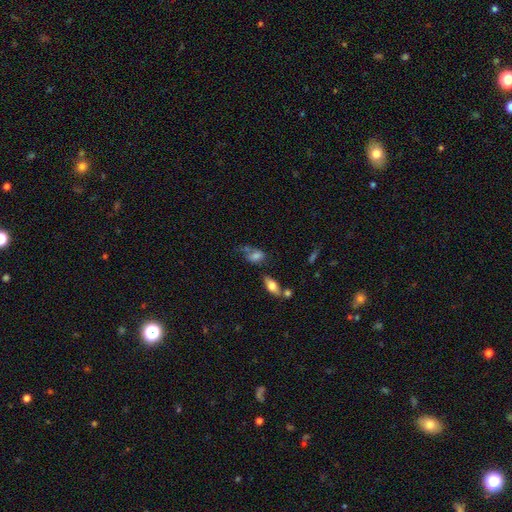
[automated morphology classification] This appears to be a smooth galaxy with no disk features (70%) that is in between round and cigar-shaped (83%). Merging: none (37%).